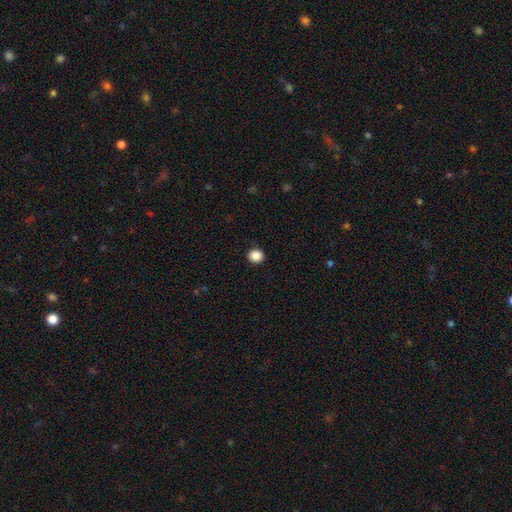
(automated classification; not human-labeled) smooth_or_featured: smooth (p=0.88) [alt: star or artifact p=0.10]
how_rounded: round (p=0.89) [alt: in between p=0.10]
merging: none (p=0.92) [alt: minor disturbance p=0.05]